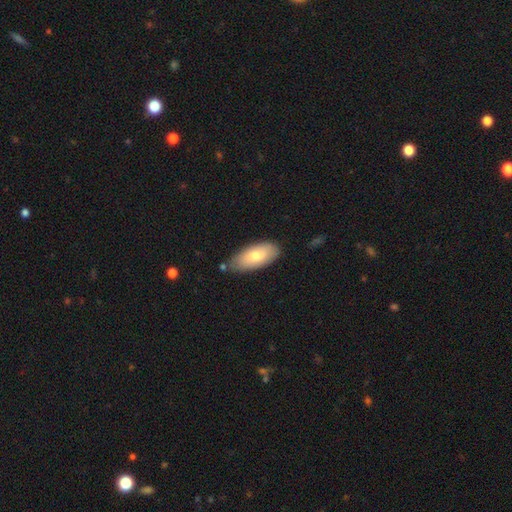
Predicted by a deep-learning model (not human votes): A smooth galaxy with no disk features (74%) that is in between round and cigar-shaped (88%).

Vote fractions:
- Smooth or featured? smooth: 74% / featured or disk: 20% / star or artifact: 6%
- How rounded? in between: 88% / cigar-shaped: 10% / round: 2%
- Merging? none: 77% / minor disturbance: 17% / merger: 3% / major disturbance: 3%